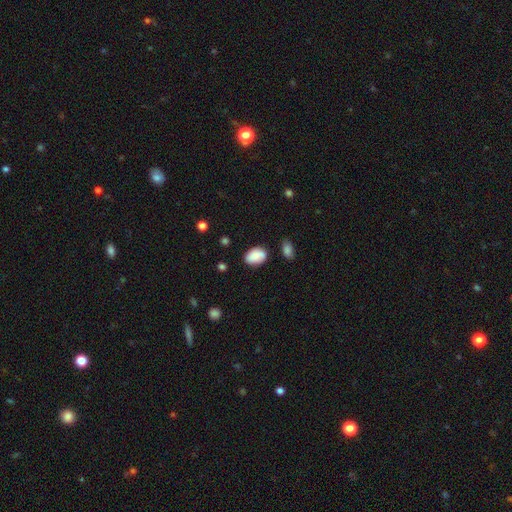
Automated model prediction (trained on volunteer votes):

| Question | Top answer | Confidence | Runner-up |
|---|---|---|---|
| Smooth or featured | smooth | 85% | star or artifact (8%) |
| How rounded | in between | 85% | round (14%) |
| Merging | none | 71% | minor disturbance (19%) |